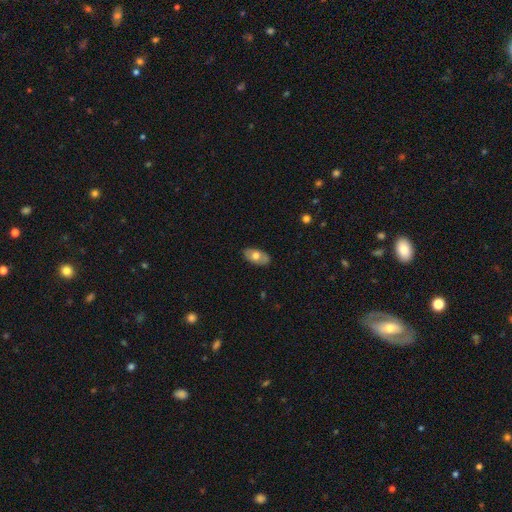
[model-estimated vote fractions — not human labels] This is likely a smooth galaxy (61%). How rounded: clearly in between (93%). Merging: clearly none (83%).